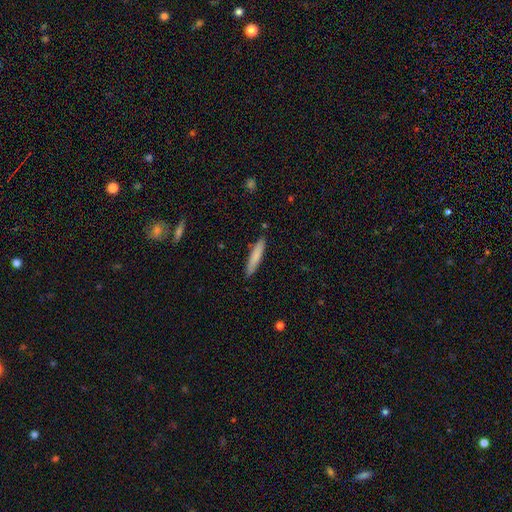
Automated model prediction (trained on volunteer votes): This is likely a smooth galaxy (80%). How rounded: clearly cigar-shaped (90%). Merging: clearly none (88%).